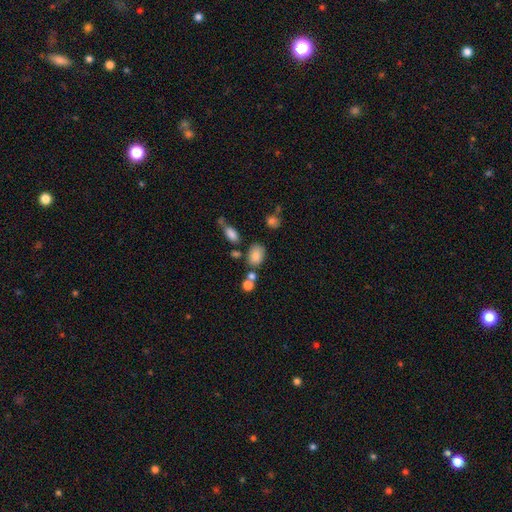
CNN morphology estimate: type=smooth (81%); roundness=in between (79%); merging=none (61%).